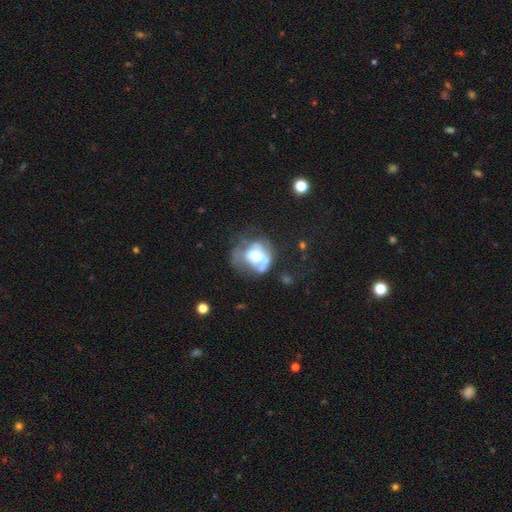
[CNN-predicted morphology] Smooth or featured: featured or disk — 50% (smooth — 40%)
Merging: major disturbance — 41% (none — 27%)